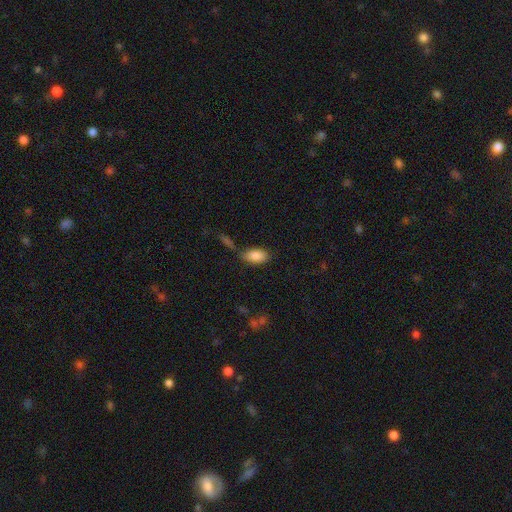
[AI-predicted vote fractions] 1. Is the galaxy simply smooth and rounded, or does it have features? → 86% smooth, 7% star or artifact, 6% featured or disk.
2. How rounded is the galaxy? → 93% in between, 4% round, 3% cigar-shaped.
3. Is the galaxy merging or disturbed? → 70% none, 16% minor disturbance, 10% merger, 5% major disturbance.